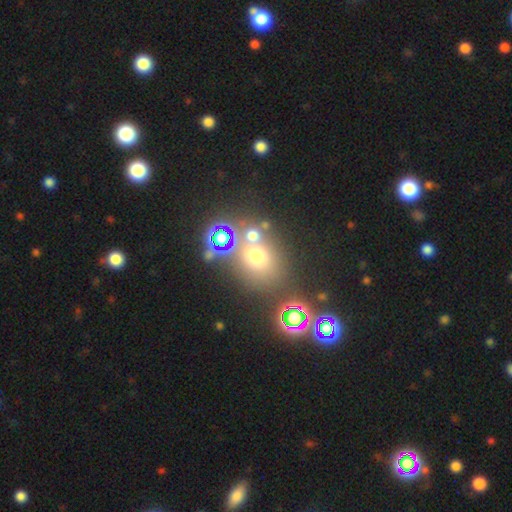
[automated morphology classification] A smooth galaxy with no disk features (54%) that is round (65%). Merging: none (63%).